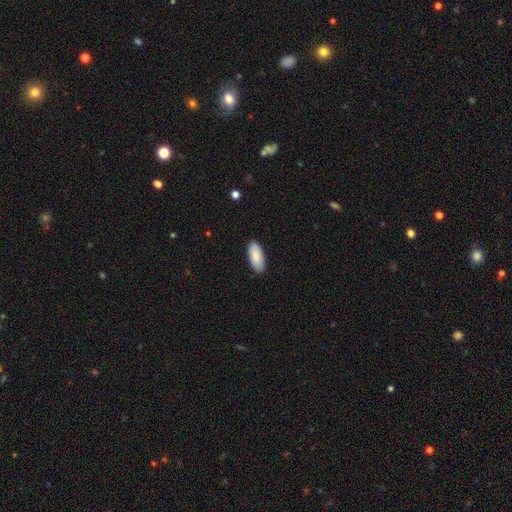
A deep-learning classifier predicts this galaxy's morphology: type=smooth (87%); roundness=in between (89%); merging=none (89%).